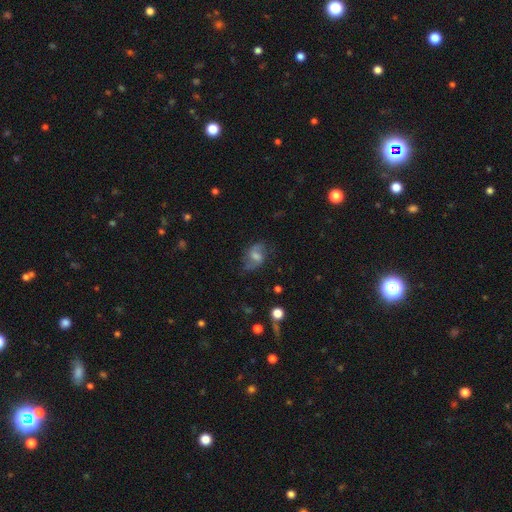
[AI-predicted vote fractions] smooth-or-featured: featured or disk: 52% | smooth: 38% | star or artifact: 10%
  disk-edge-on: no: 95% | yes: 5%
  merging: none: 63% | minor disturbance: 23% | major disturbance: 12% | merger: 2%